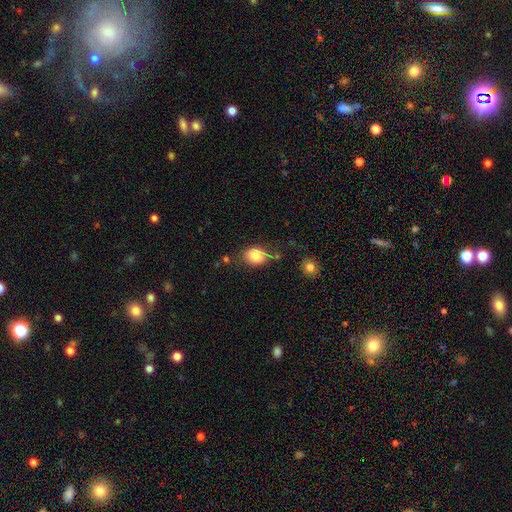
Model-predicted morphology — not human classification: This is clearly a smooth galaxy (81%). How rounded: likely in between (61%). Merging: likely none (61%).